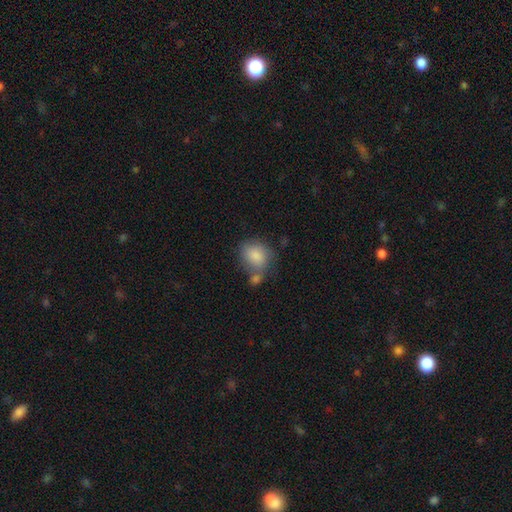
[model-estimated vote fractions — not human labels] Morphology: type=smooth (83%); roundness=round (60%); merging=none (46%).